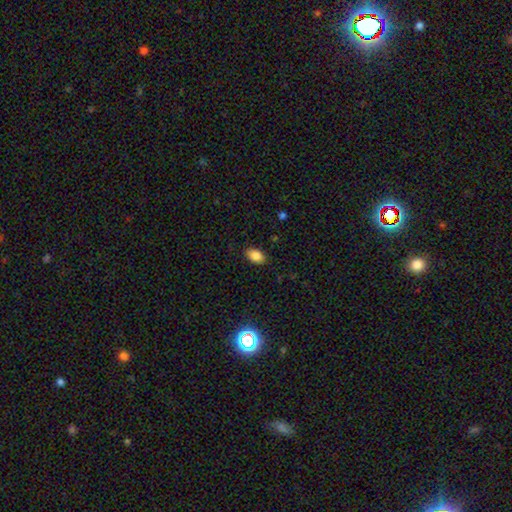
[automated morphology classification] Q: Smooth or featured?
A: smooth (85%); runner-up: star or artifact (9%)
Q: How rounded?
A: in between (88%); runner-up: round (11%)
Q: Merging?
A: none (86%); runner-up: minor disturbance (10%)